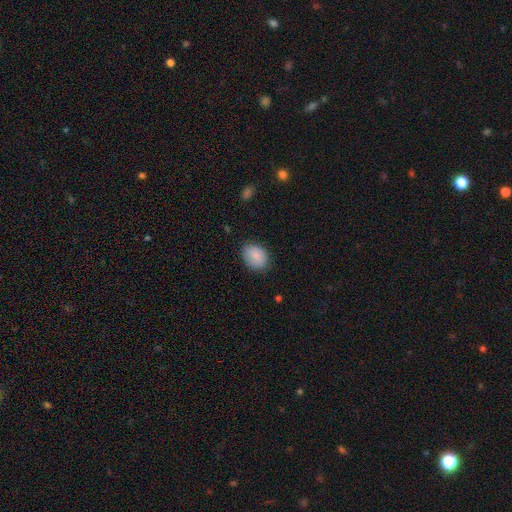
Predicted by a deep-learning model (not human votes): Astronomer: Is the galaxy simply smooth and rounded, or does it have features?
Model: smooth — 86%.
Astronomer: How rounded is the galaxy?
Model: in between — 63%.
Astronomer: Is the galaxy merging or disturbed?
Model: none — 79%.